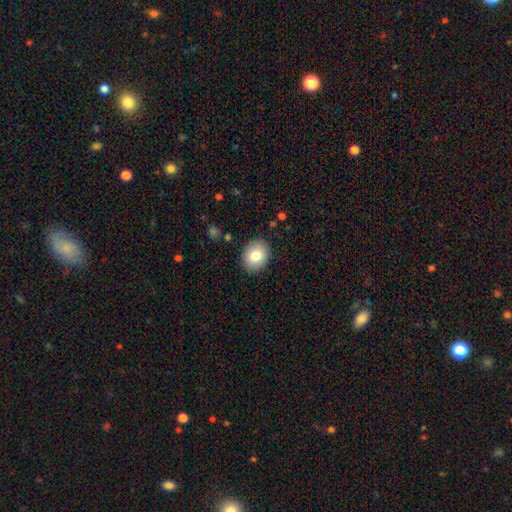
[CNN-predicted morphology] Smooth or featured?
  - smooth: 81% *
  - featured or disk: 11%
  - star or artifact: 8%
How rounded?
  - in between: 50% * (tied)
  - round: 50% * (tied)
  - cigar-shaped: 1%
Merging?
  - none: 89% *
  - minor disturbance: 8%
  - major disturbance: 2%
  - merger: 1%